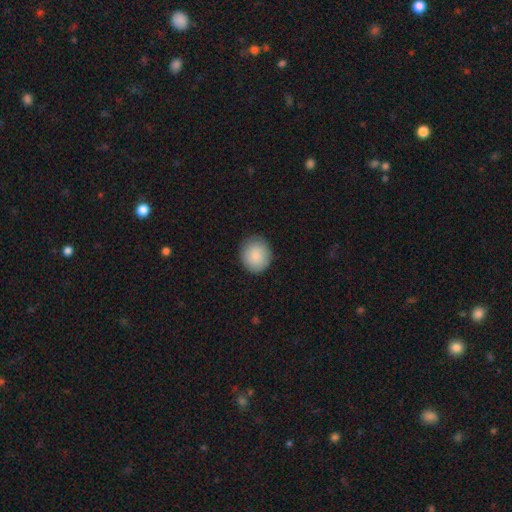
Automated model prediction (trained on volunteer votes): Smooth or featured?
  - smooth: 88% *
  - star or artifact: 7%
  - featured or disk: 5%
How rounded?
  - round: 84% *
  - in between: 15%
  - cigar-shaped: 1%
Merging?
  - none: 87% *
  - minor disturbance: 9%
  - major disturbance: 2%
  - merger: 1%